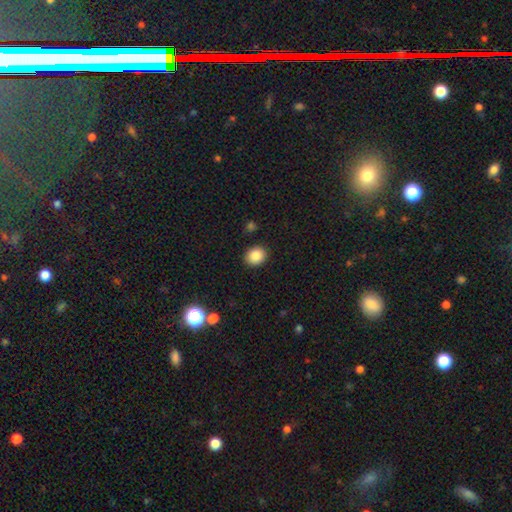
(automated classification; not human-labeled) A smooth galaxy with no disk features (87%) that is round (63%).

Vote fractions:
- Smooth or featured? smooth: 87% / star or artifact: 9% / featured or disk: 4%
- How rounded? round: 63% / in between: 36% / cigar-shaped: 1%
- Merging? none: 89% / minor disturbance: 7% / major disturbance: 2% / merger: 2%